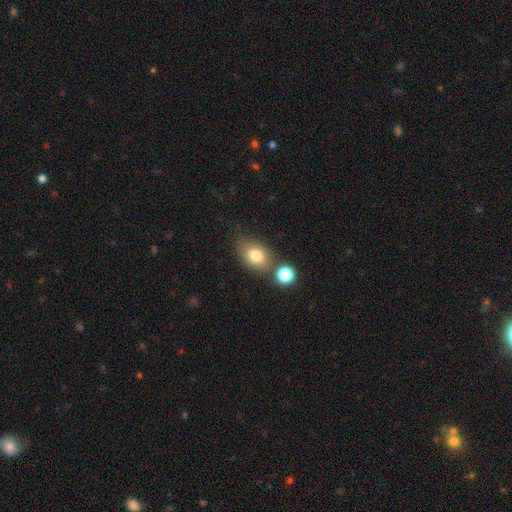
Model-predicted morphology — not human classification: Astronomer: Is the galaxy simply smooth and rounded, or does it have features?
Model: smooth — 79%.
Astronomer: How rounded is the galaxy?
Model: in between — 75%.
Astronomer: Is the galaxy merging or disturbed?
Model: none — 62%.